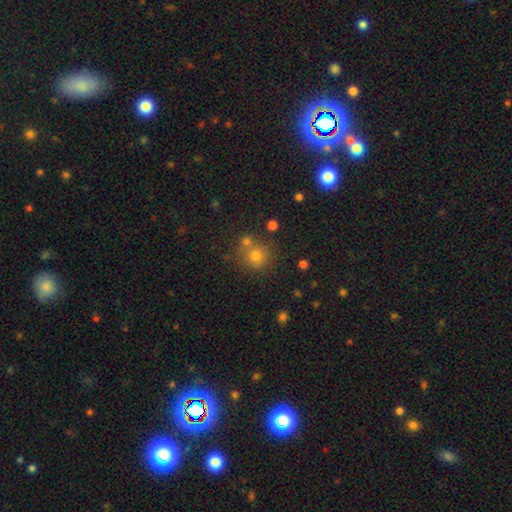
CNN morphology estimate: Smooth or featured?
  - smooth: 72% *
  - star or artifact: 19%
  - featured or disk: 9%
How rounded?
  - round: 88% *
  - in between: 11%
  - cigar-shaped: 1%
Merging?
  - none: 68% *
  - merger: 20%
  - minor disturbance: 9%
  - major disturbance: 3%